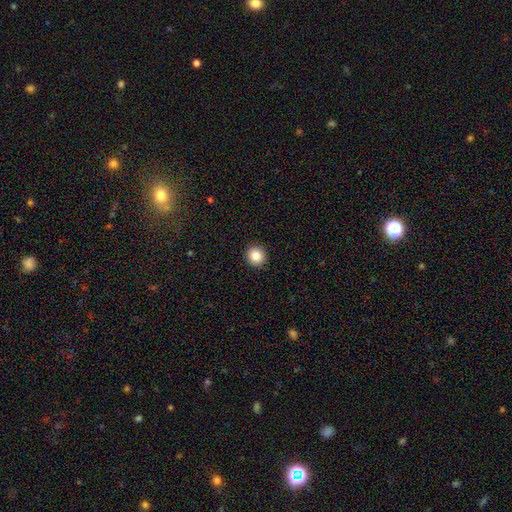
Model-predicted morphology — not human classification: Smooth or featured? Predicted: smooth (p=0.85). How rounded? Predicted: round (p=0.91). Merging? Predicted: none (p=0.93).